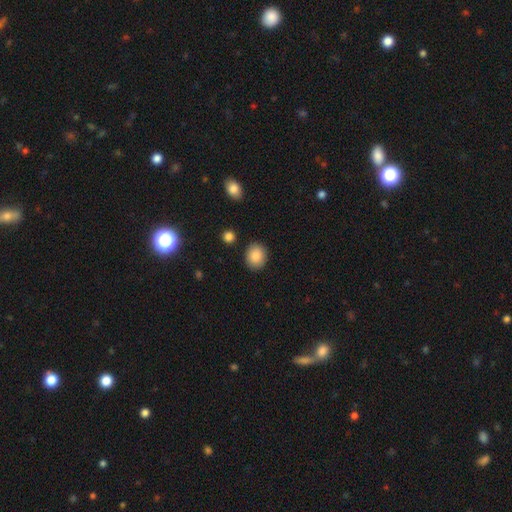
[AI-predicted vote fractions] smooth-or-featured: smooth: 87% | star or artifact: 8% | featured or disk: 5%
  how-rounded: round: 62% | in between: 37% | cigar-shaped: 1%
  merging: none: 88% | minor disturbance: 8% | major disturbance: 2% | merger: 2%